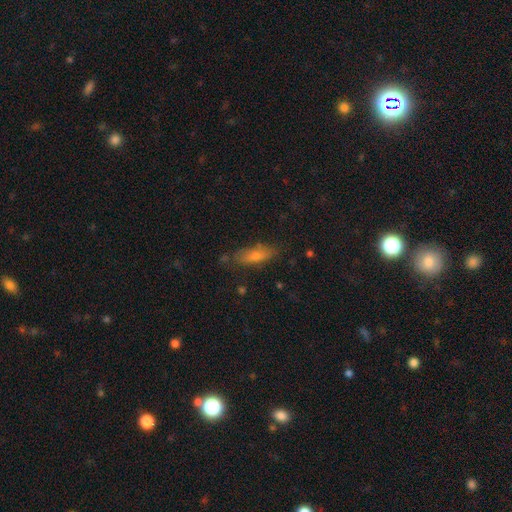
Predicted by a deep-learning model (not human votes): Smooth or featured: smooth — 61% (featured or disk — 28%)
How rounded: in between — 50% (cigar-shaped — 47%)
Merging: none — 77% (minor disturbance — 17%)